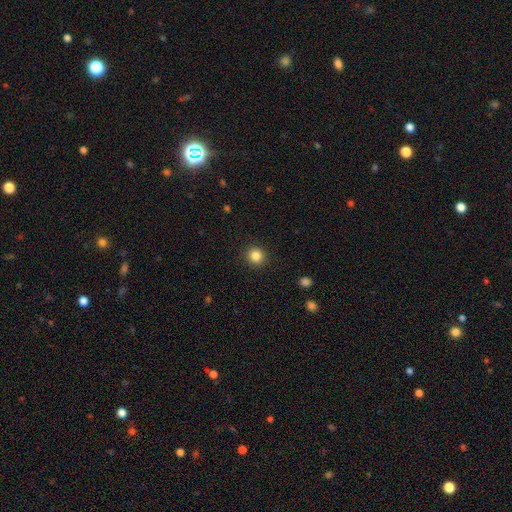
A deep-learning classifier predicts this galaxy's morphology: This appears to be a smooth galaxy with no disk features (85%) that is round (93%). Merging: none (92%).